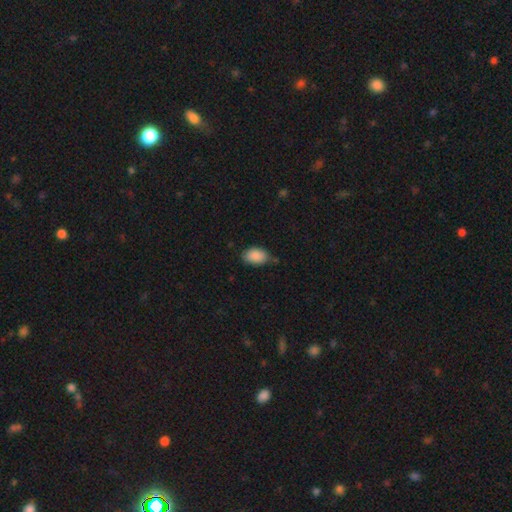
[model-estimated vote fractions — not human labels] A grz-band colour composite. It shows a smooth galaxy with no disk features (89%) that is in between round and cigar-shaped (89%). Merging: none (68%).